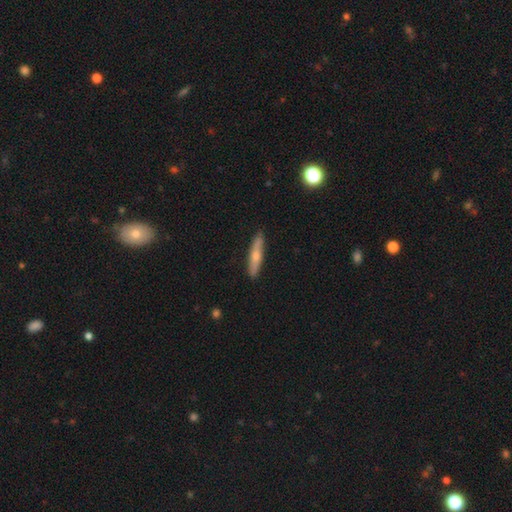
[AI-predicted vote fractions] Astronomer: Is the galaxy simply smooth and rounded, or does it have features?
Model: smooth — 53% (runner-up: featured or disk, 41%).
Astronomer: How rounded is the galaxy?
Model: cigar-shaped — 88%.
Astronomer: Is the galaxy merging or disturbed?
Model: none — 88%.